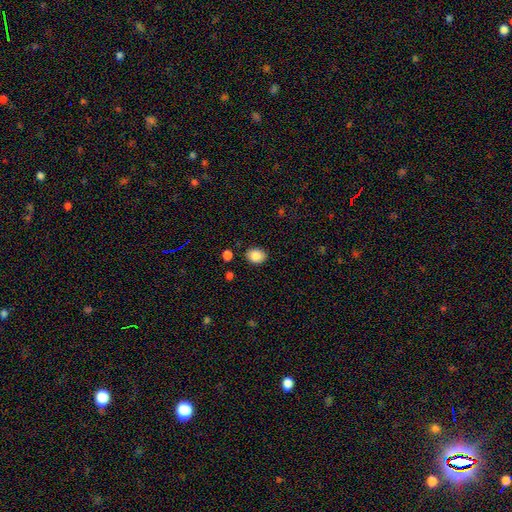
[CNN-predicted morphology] A smooth galaxy with no disk features (87%) that is in between round and cigar-shaped (58%). Merging: none (86%).